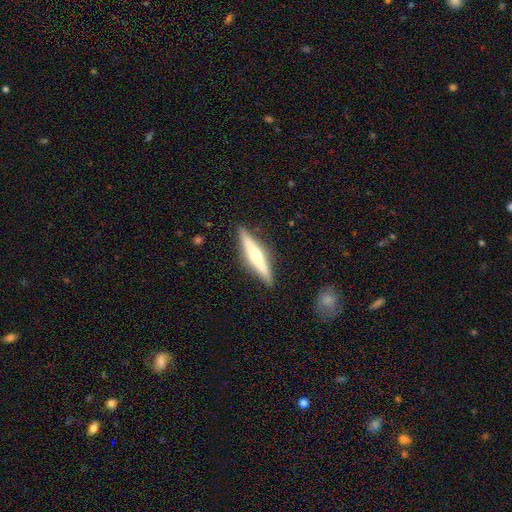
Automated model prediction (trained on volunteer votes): A featured or disk galaxy (64%) viewed edge-on (96%) with a rounded central bulge (88%). Merging: none (89%).